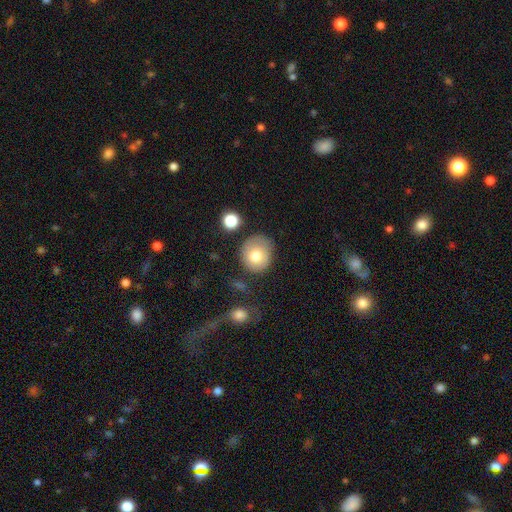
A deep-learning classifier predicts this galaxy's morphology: Smooth or featured: smooth — 77% (featured or disk — 15%)
How rounded: round — 80% (in between — 19%)
Merging: none — 70% (minor disturbance — 19%)